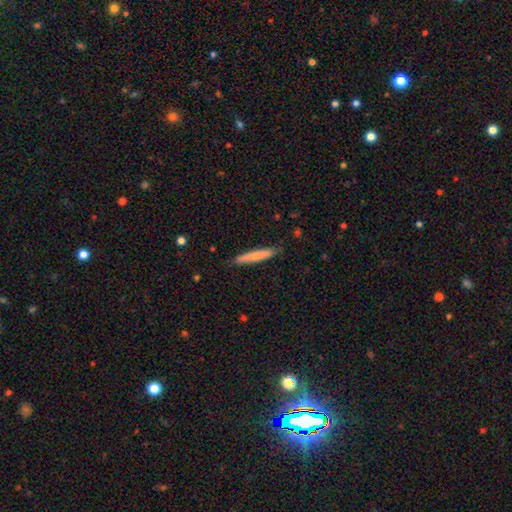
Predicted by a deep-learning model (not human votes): smooth 74%, featured or disk 21%, star or artifact 5%. Down the decision tree: how rounded — cigar-shaped (94%); merging — none (86%).